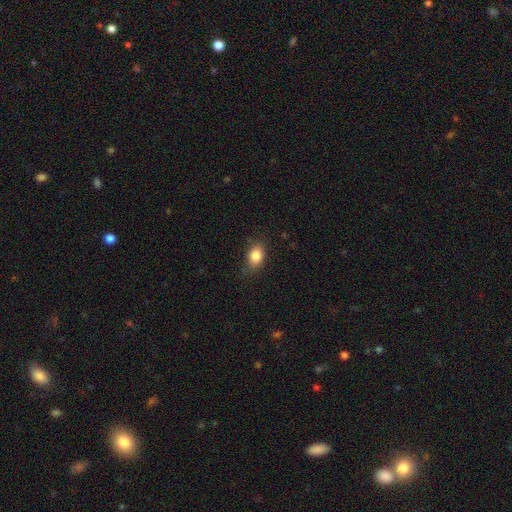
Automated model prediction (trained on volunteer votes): smooth 84%, star or artifact 9%, featured or disk 7%. Down the decision tree: how rounded — in between (70%); merging — none (80%).